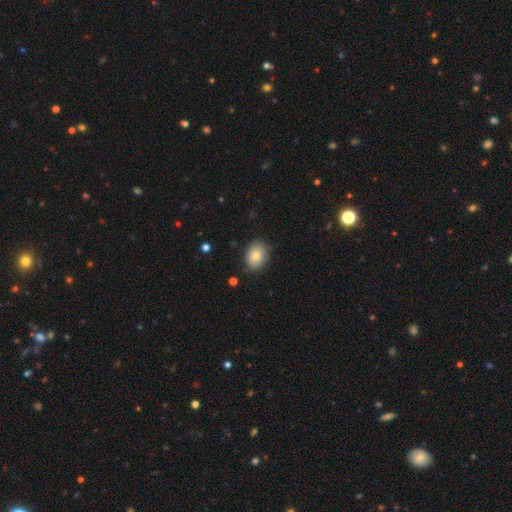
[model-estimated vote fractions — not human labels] smooth_or_featured: smooth (p=0.82) [alt: featured or disk p=0.10]
how_rounded: in between (p=0.65) [alt: round p=0.34]
merging: none (p=0.85) [alt: minor disturbance p=0.11]